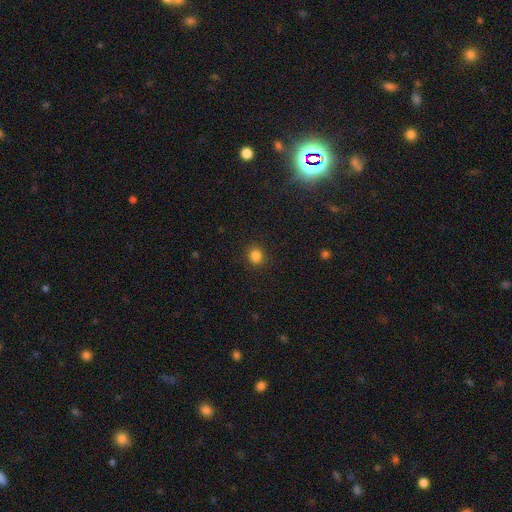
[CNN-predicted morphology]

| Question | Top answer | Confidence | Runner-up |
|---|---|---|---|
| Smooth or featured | smooth | 84% | star or artifact (12%) |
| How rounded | round | 71% | in between (28%) |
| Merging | none | 87% | minor disturbance (8%) |